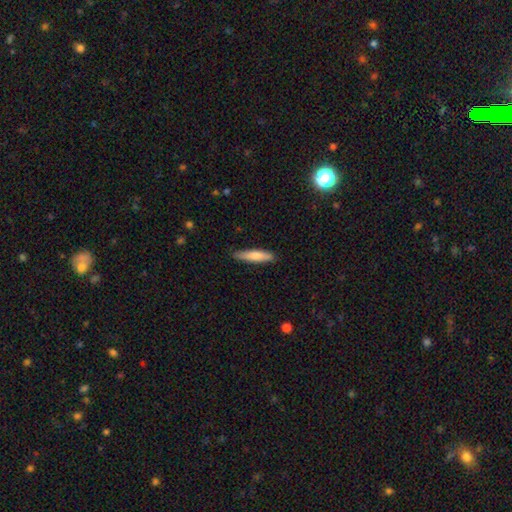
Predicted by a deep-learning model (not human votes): smooth-or-featured: smooth: 73% | featured or disk: 22% | star or artifact: 5%
  how-rounded: cigar-shaped: 84% | in between: 15% | round: 1%
  merging: none: 87% | minor disturbance: 11% | major disturbance: 2% | merger: 1%